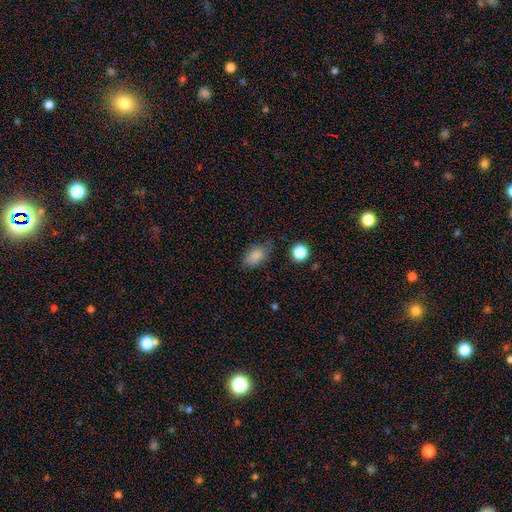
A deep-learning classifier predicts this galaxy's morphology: This appears to be a smooth galaxy with no disk features (84%) that is in between round and cigar-shaped (87%). Merging: none (66%).